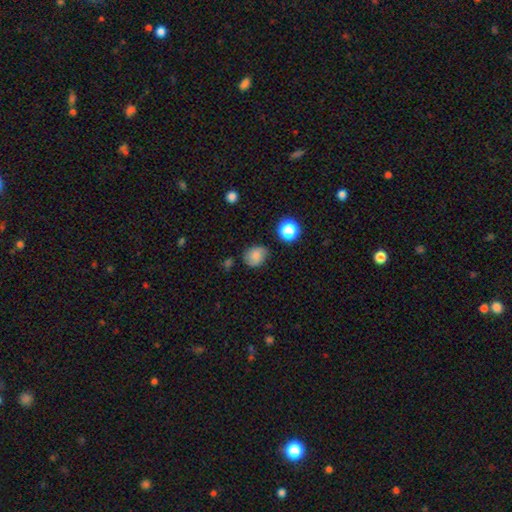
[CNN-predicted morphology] Smooth or featured?
  - smooth: 77% *
  - star or artifact: 12%
  - featured or disk: 11%
How rounded?
  - round: 59% *
  - in between: 40%
  - cigar-shaped: 1%
Merging?
  - none: 69% *
  - minor disturbance: 23%
  - major disturbance: 5%
  - merger: 3%